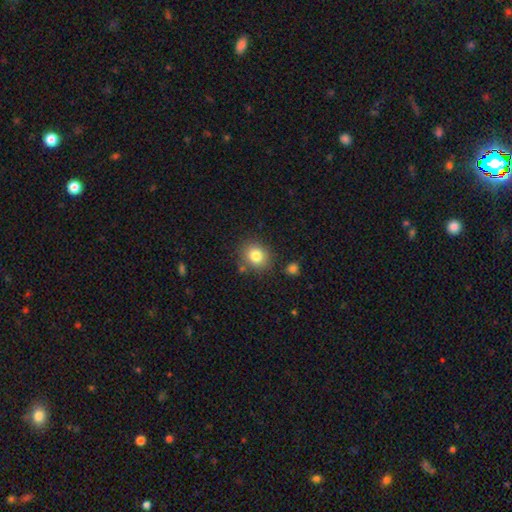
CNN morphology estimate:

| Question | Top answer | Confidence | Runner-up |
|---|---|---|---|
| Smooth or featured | smooth | 82% | star or artifact (10%) |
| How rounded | round | 68% | in between (31%) |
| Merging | none | 81% | minor disturbance (11%) |